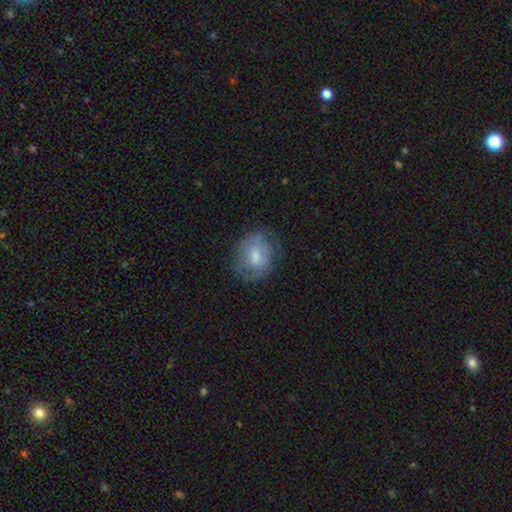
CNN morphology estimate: smooth_or_featured: smooth (p=0.56) [alt: featured or disk p=0.36]
how_rounded: in between (p=0.52) [alt: round p=0.47]
merging: none (p=0.64) [alt: minor disturbance p=0.23]